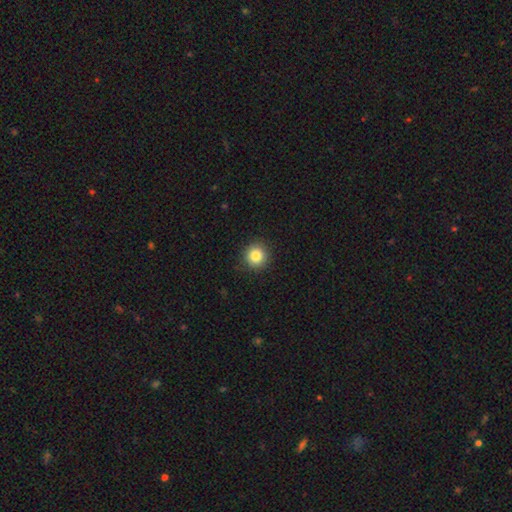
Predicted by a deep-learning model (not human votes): Smooth or featured? smooth (85%)
How rounded? round (94%)
Merging? none (91%)